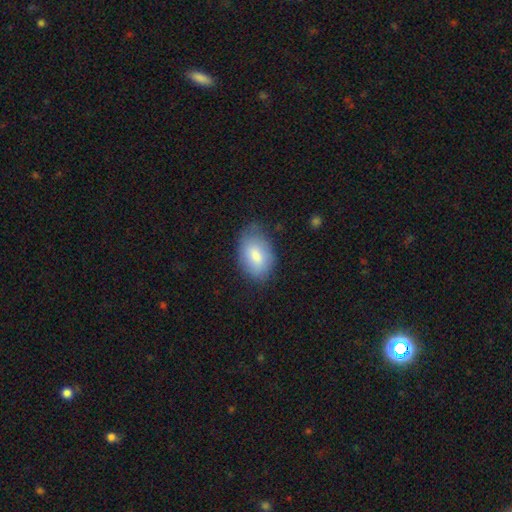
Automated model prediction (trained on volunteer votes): Smooth or featured? Predicted: smooth (p=0.80). How rounded? Predicted: in between (p=0.90). Merging? Predicted: none (p=0.72).